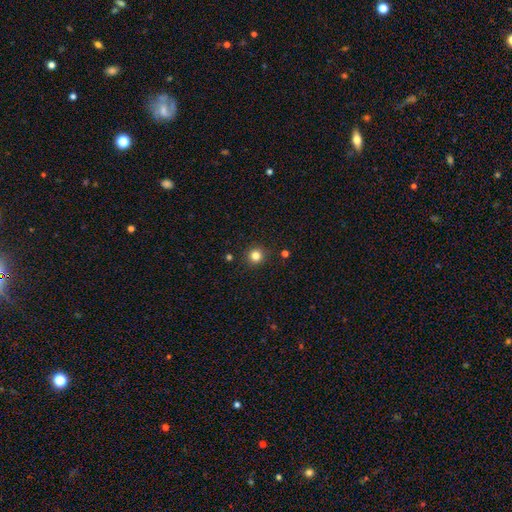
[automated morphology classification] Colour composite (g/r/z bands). It shows a smooth galaxy with no disk features (82%) that is round (94%). Merging: none (90%).